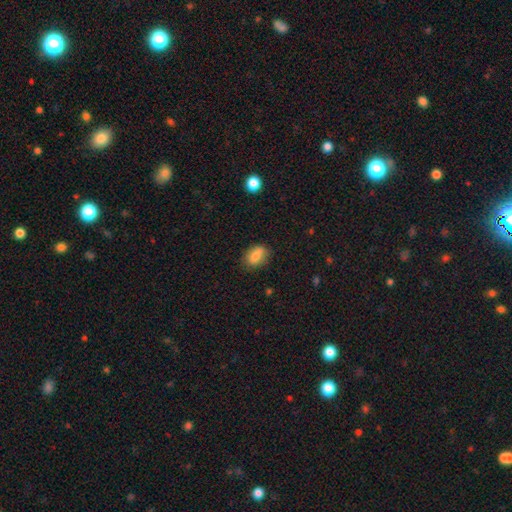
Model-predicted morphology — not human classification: A smooth galaxy with no disk features (81%) that is in between round and cigar-shaped (81%). Merging: none (73%).